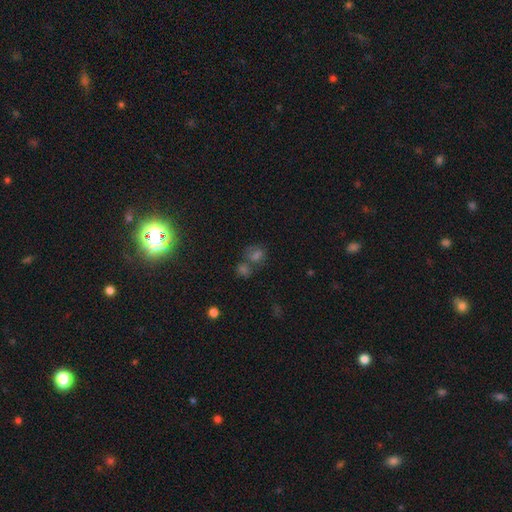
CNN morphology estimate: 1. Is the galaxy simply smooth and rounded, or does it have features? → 44% star or artifact, 40% smooth, 15% featured or disk.